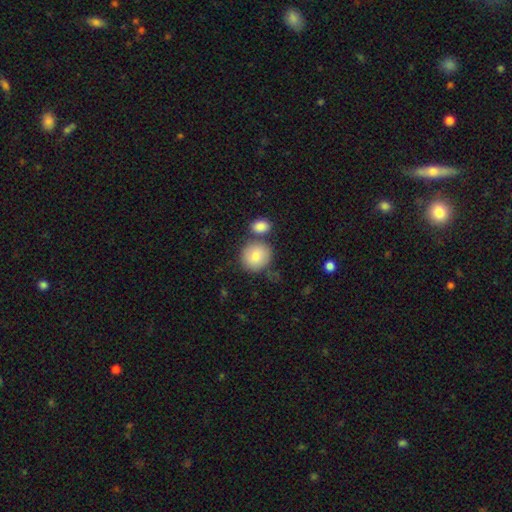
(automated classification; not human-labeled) Morphology: type=smooth (83%); roundness=round (85%); merging=none (64%).